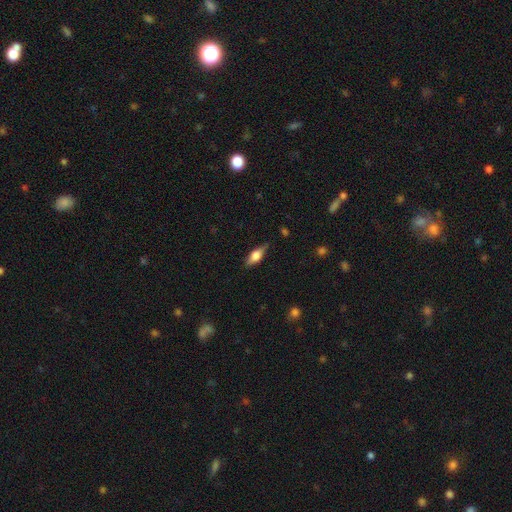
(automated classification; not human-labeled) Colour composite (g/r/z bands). It shows a featured or disk galaxy (47%). Merging: none (81%).